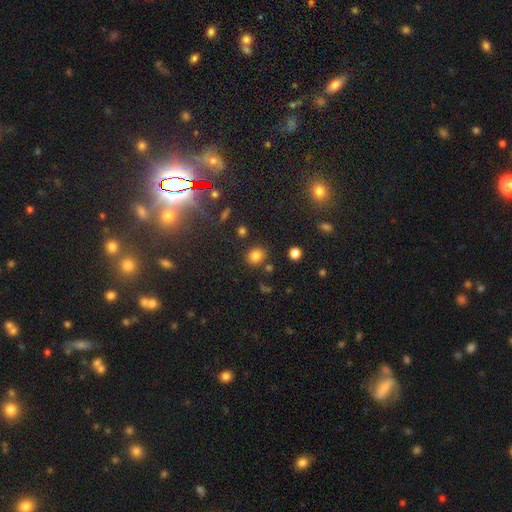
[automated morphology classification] Smooth or featured: smooth — 79% (star or artifact — 14%)
How rounded: round — 74% (in between — 25%)
Merging: none — 81% (minor disturbance — 11%)